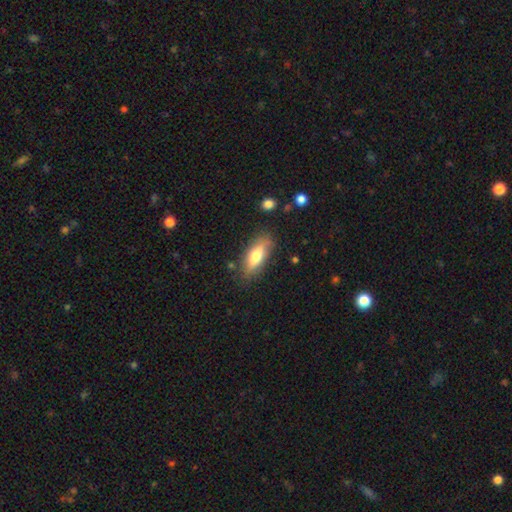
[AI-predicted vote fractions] Smooth or featured?
  - smooth: 65% *
  - featured or disk: 28%
  - star or artifact: 7%
How rounded?
  - in between: 62% *
  - cigar-shaped: 36%
  - round: 2%
Merging?
  - none: 80% *
  - minor disturbance: 14%
  - major disturbance: 3%
  - merger: 2%